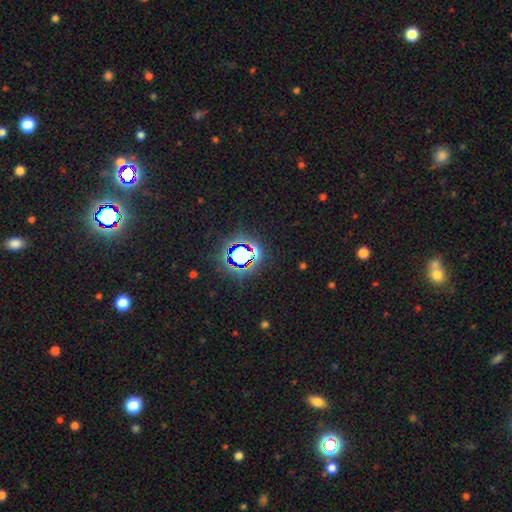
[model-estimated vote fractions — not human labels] This appears to be a star or artifact, not a galaxy (81%).